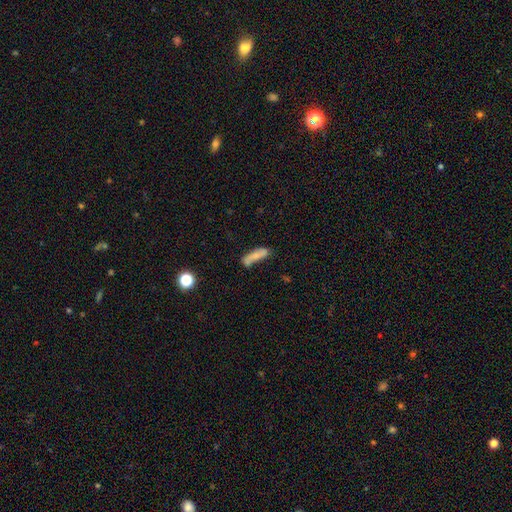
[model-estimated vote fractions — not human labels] Smooth or featured: smooth — 67% (featured or disk — 25%)
How rounded: cigar-shaped — 61% (in between — 37%)
Merging: none — 50% (minor disturbance — 25%)